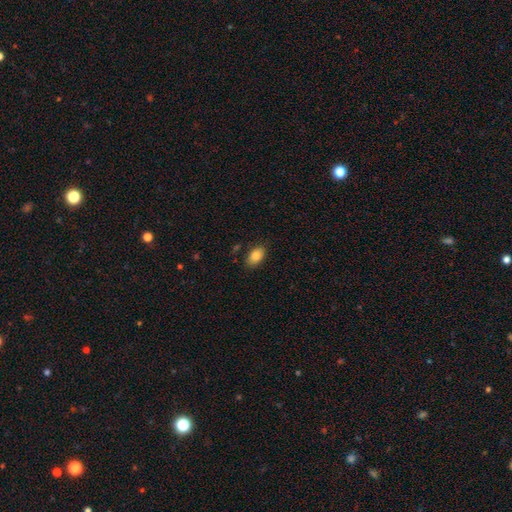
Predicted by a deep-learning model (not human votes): Overall: smooth (84%). How rounded: in between (91%). Merging: none (85%).